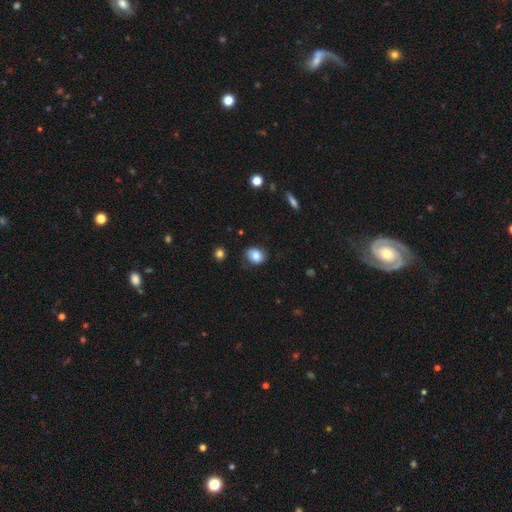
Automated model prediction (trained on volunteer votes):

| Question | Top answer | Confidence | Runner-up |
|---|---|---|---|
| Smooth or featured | smooth | 82% | featured or disk (10%) |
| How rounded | in between | 50% | round (49%) |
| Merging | none | 75% | minor disturbance (19%) |